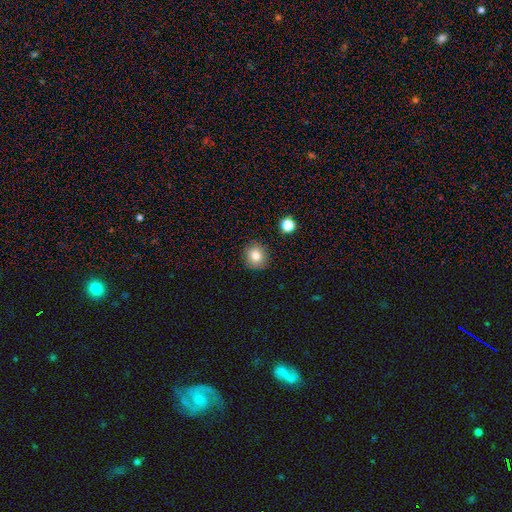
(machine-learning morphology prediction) This is clearly a smooth galaxy (81%). How rounded: clearly round (87%). Merging: clearly none (88%).